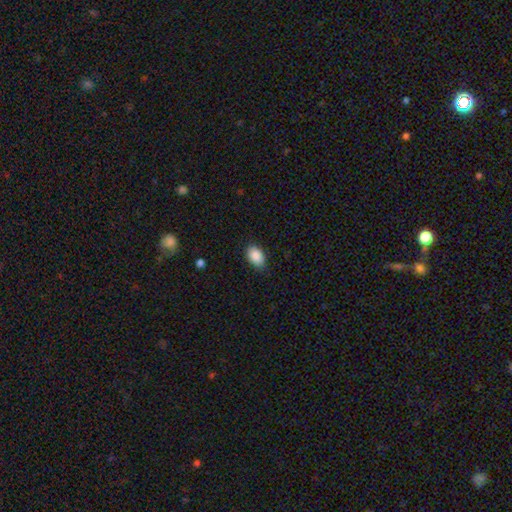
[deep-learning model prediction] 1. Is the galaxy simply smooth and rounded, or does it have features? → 89% smooth, 7% star or artifact, 4% featured or disk.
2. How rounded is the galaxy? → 90% in between, 9% round, 1% cigar-shaped.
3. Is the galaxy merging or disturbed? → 85% none, 12% minor disturbance, 2% major disturbance, 1% merger.